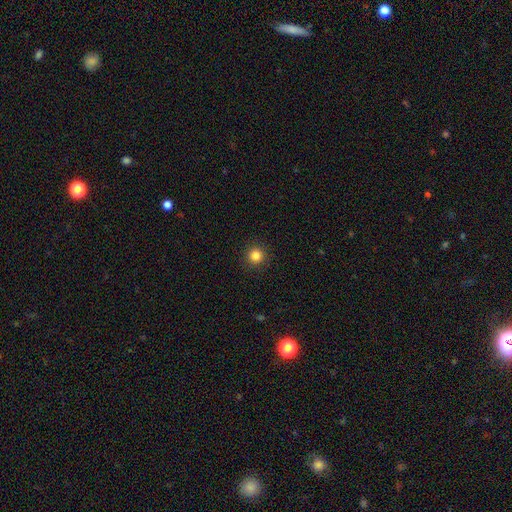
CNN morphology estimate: A smooth galaxy with no disk features (84%) that is round (95%). Merging: none (93%).